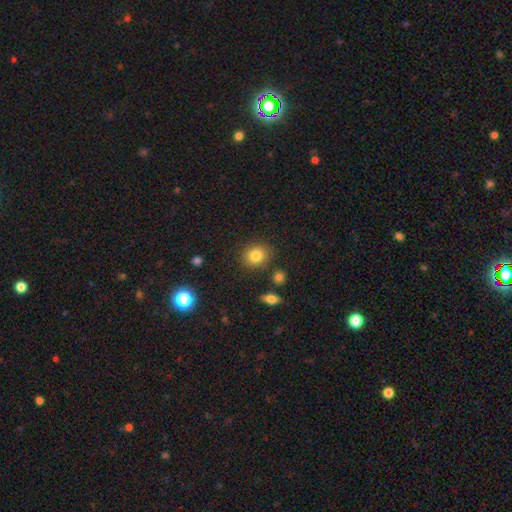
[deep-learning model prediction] This is clearly a smooth galaxy (83%). How rounded: likely round (75%). Merging: clearly none (84%).